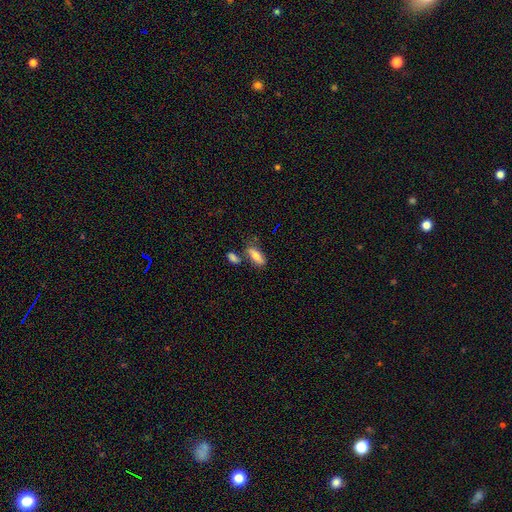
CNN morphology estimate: smooth 73%, featured or disk 20%, star or artifact 7%. Down the decision tree: how rounded — in between (73%); merging — none (59%).